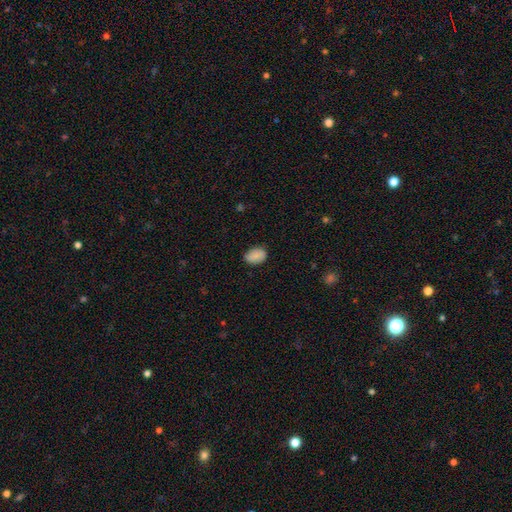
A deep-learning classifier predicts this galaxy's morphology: The model was most divided on "how rounded": in between: 83%, round: 16%, cigar-shaped: 1%. More confident: smooth or featured — smooth (84%); merging — none (82%).